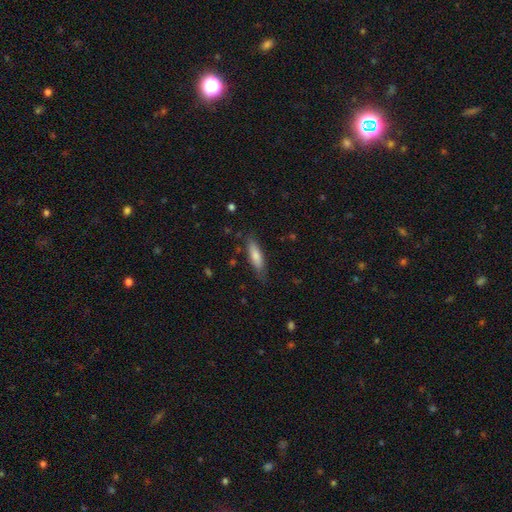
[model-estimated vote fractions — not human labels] Smooth or featured? Predicted: smooth (p=0.76). How rounded? Predicted: cigar-shaped (p=0.57). Merging? Predicted: none (p=0.78).